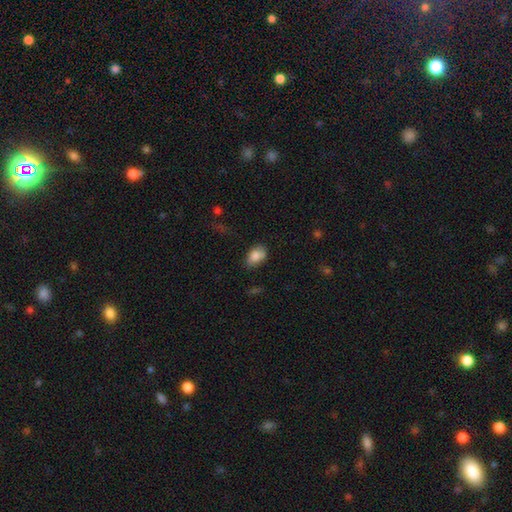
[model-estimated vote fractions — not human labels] A smooth galaxy with no disk features (81%) that is in between round and cigar-shaped (84%).

Vote fractions:
- Smooth or featured? smooth: 81% / featured or disk: 11% / star or artifact: 8%
- How rounded? in between: 84% / round: 14% / cigar-shaped: 1%
- Merging? none: 63% / minor disturbance: 23% / merger: 8% / major disturbance: 6%